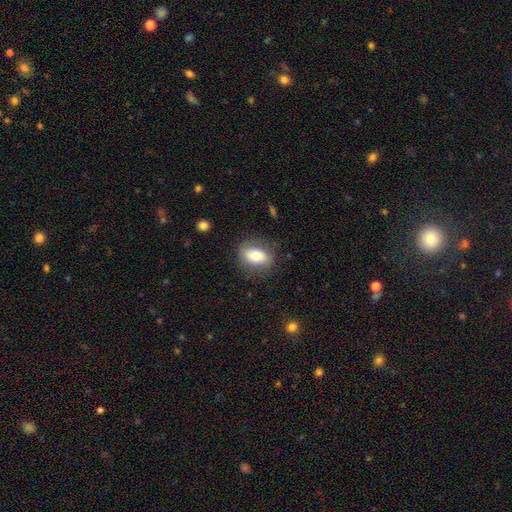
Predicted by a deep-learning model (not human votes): Morphology: type=smooth (70%); roundness=in between (81%); merging=none (76%).